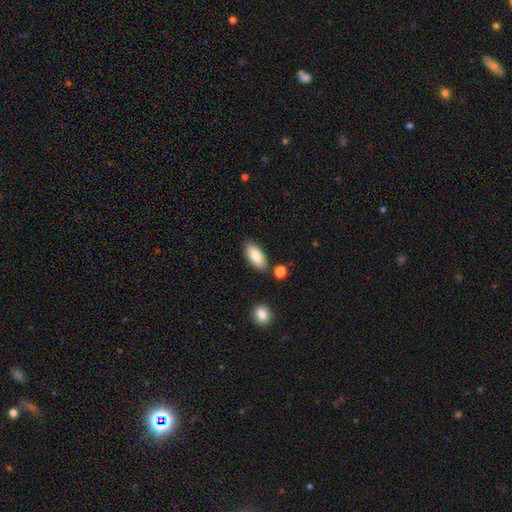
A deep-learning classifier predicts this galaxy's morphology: Overall: smooth (84%). How rounded: in between (89%). Merging: none (83%).